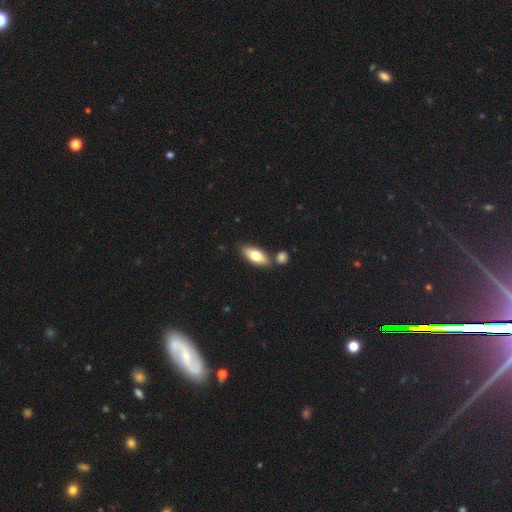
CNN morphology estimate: type=smooth (71%); roundness=in between (79%); merging=none (74%).